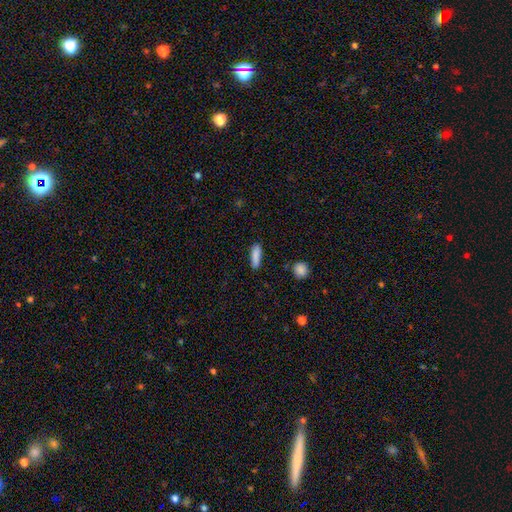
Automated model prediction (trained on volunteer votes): Smooth or featured? Predicted: smooth (p=0.87). How rounded? Predicted: cigar-shaped (p=0.58). Merging? Predicted: none (p=0.81).